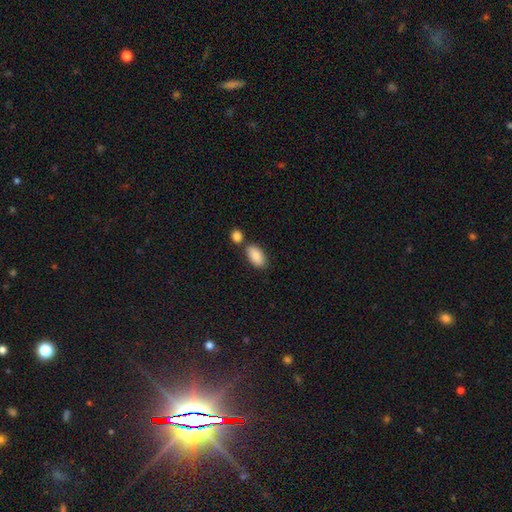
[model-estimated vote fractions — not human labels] A smooth galaxy with no disk features (87%) that is in between round and cigar-shaped (94%). Merging: none (66%).